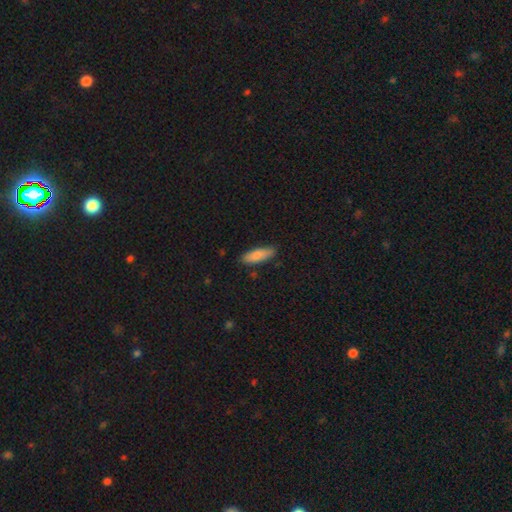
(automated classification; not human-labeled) Overall: smooth (82%). How rounded: in between (51%; cigar-shaped 47%). Merging: none (83%).